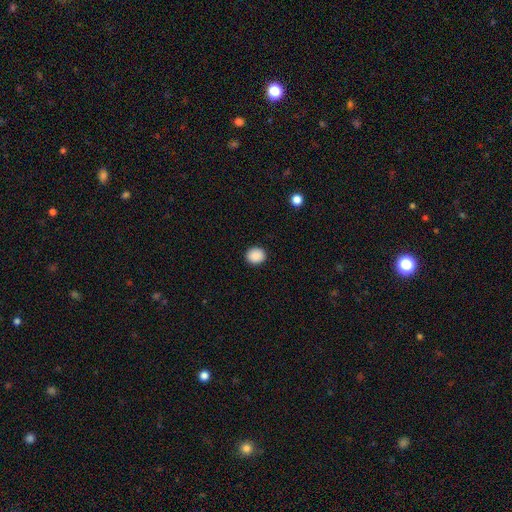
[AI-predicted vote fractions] Overall: smooth (89%). How rounded: round (80%). Merging: none (92%).